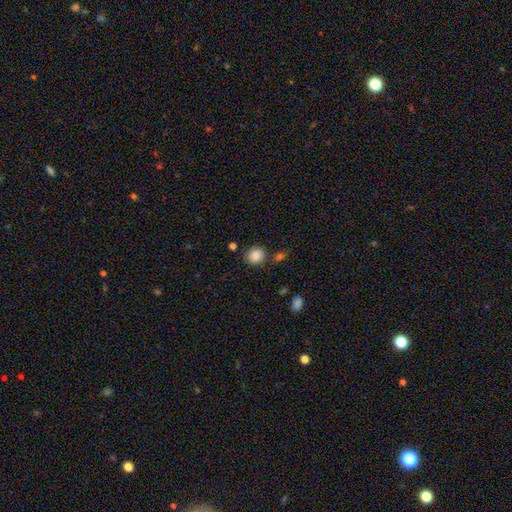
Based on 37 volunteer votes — Smooth or featured: smooth — 97% (featured or disk — 3%)
How rounded: round — 92% (in between — 8%)
Merging: none — 89% (minor disturbance — 8%)